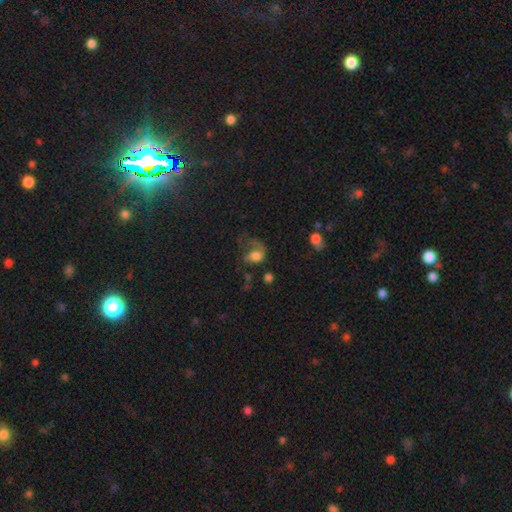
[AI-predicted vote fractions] This is possibly a smooth galaxy (53%). How rounded: possibly in between (59%). Merging: possibly major disturbance (55%).